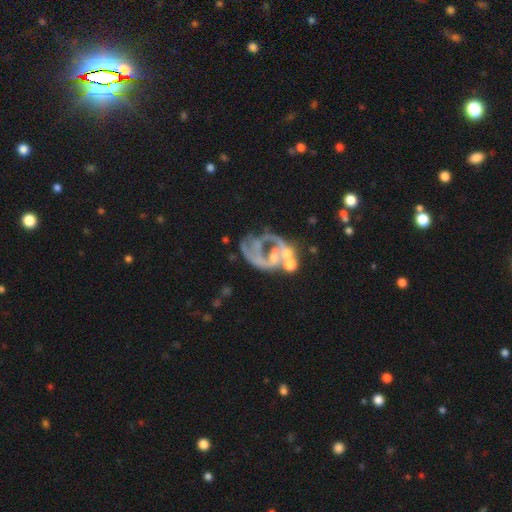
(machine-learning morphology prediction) The model was most divided on "merging": major disturbance: 40%, none: 25%, merger: 21%, minor disturbance: 14%. More confident: edge-on disk — no (98%); bar — no (78%); smooth or featured — featured or disk (69%); spiral arms — no (65%); bulge size — none (64%).